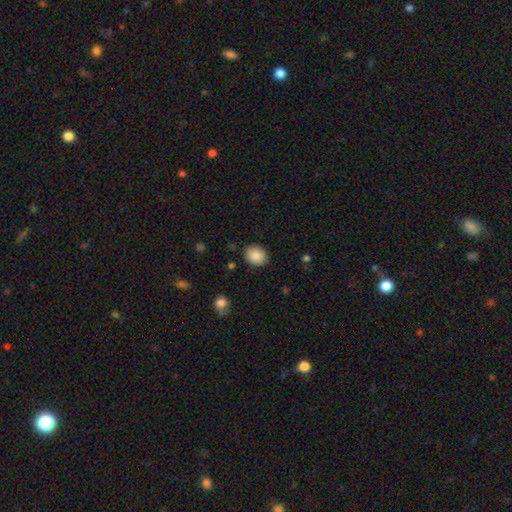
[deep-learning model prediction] The model was most divided on "how rounded": round: 59%, in between: 40%, cigar-shaped: 1%. More confident: smooth or featured — smooth (88%); merging — none (87%).